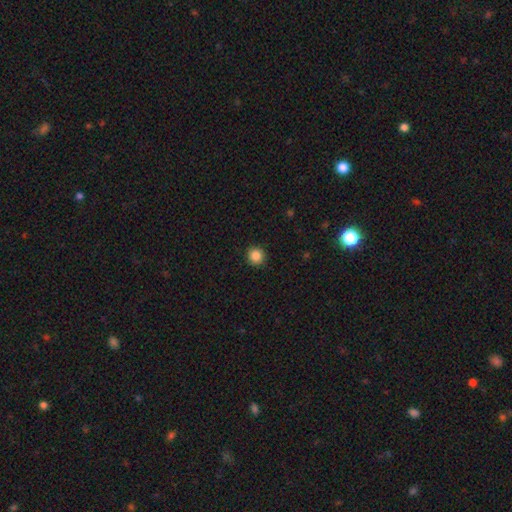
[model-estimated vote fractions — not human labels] Smooth or featured?
  - smooth: 87% *
  - star or artifact: 10%
  - featured or disk: 3%
How rounded?
  - round: 94% *
  - in between: 5%
  - cigar-shaped: 1%
Merging?
  - none: 92% *
  - minor disturbance: 5%
  - major disturbance: 2%
  - merger: 1%